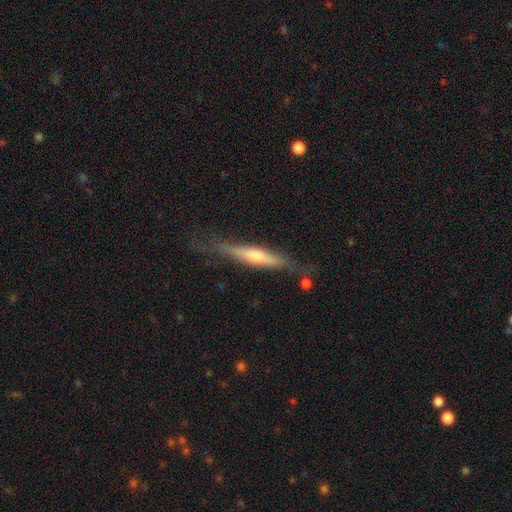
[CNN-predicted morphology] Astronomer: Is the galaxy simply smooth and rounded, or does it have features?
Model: featured or disk — 65%.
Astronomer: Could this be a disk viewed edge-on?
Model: yes — 93%.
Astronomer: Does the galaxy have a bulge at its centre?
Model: rounded — 68%.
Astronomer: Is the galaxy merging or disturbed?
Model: none — 71%.